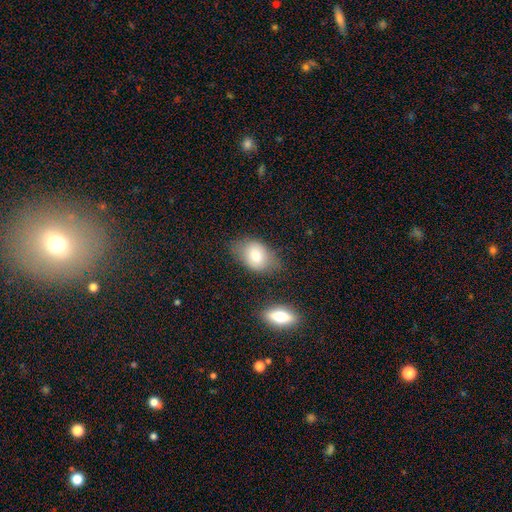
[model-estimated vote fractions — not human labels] Smooth or featured: smooth — 78% (featured or disk — 14%)
How rounded: in between — 83% (round — 15%)
Merging: none — 63% (minor disturbance — 24%)